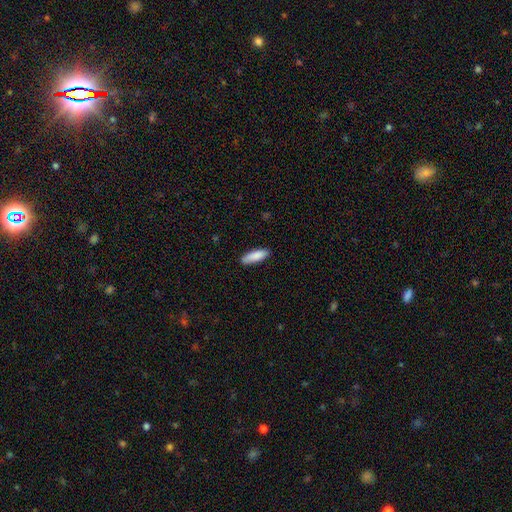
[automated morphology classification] Smooth or featured? smooth (88%)
How rounded? in between (54%)
Merging? none (85%)